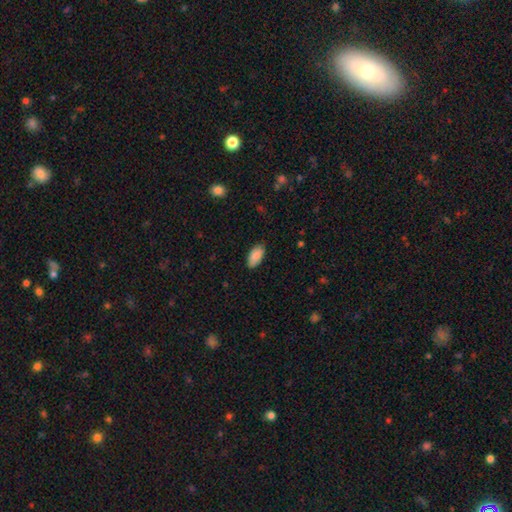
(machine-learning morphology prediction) A smooth galaxy with no disk features (90%) that is in between round and cigar-shaped (93%).

Vote fractions:
- Smooth or featured? smooth: 90% / star or artifact: 6% / featured or disk: 4%
- How rounded? in between: 93% / cigar-shaped: 5% / round: 2%
- Merging? none: 85% / minor disturbance: 12% / major disturbance: 2% / merger: 1%